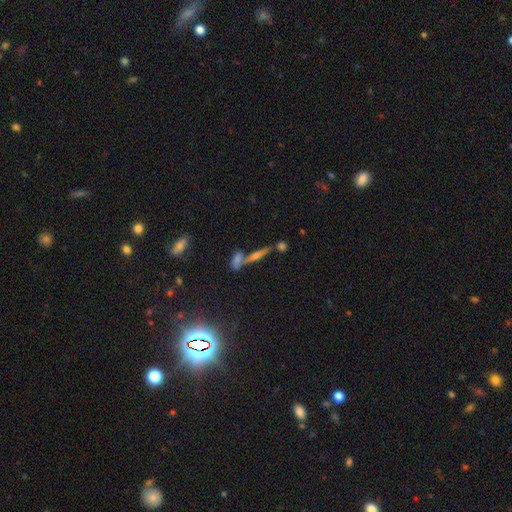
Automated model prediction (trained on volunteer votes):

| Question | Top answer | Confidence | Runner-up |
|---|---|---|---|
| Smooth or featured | featured or disk | 48% | smooth (28%) |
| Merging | none | 52% | merger (34%) |